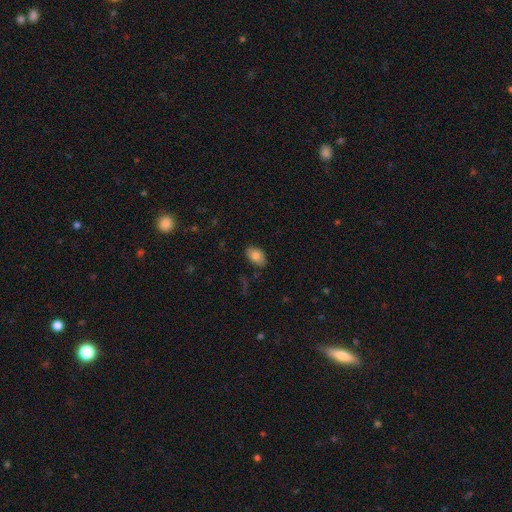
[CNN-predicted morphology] type=smooth (80%); roundness=in between (89%); merging=none (83%).